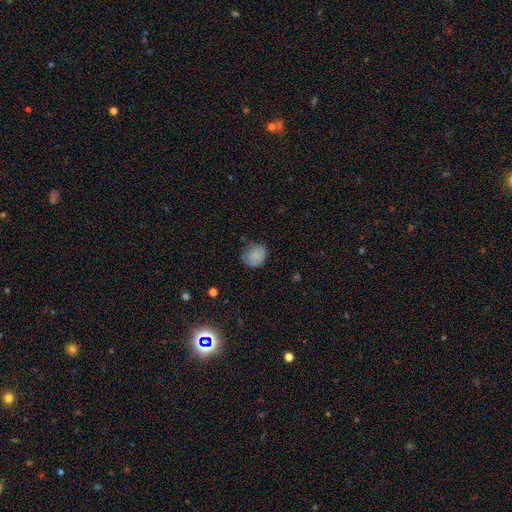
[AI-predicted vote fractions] This appears to be a smooth galaxy with no disk features (83%) that is round (64%). Merging: none (61%).